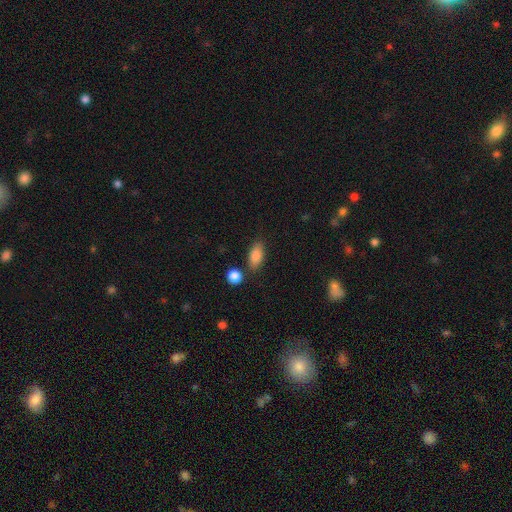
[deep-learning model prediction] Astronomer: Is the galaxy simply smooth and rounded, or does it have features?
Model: smooth — 85%.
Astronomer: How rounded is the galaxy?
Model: in between — 88%.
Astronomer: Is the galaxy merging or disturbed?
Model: none — 79%.